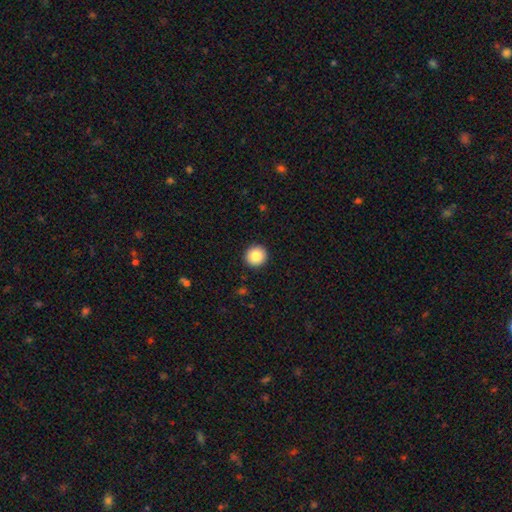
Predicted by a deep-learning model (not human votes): The model was most divided on "smooth or featured": smooth: 85%, star or artifact: 9%, featured or disk: 7%. More confident: how rounded — round (94%); merging — none (93%).